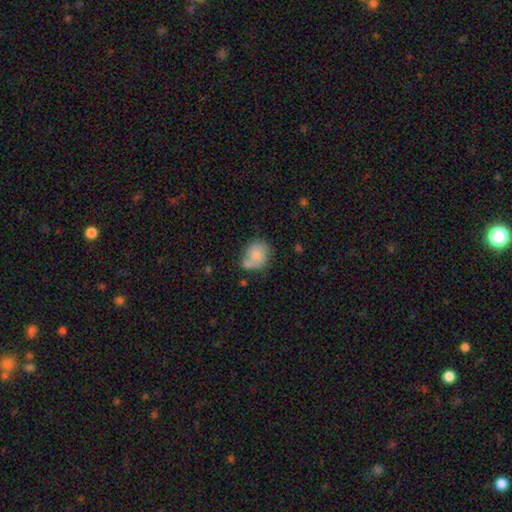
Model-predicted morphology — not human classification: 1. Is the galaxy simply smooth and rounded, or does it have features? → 77% smooth, 15% featured or disk, 8% star or artifact.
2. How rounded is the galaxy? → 60% round, 39% in between, 1% cigar-shaped.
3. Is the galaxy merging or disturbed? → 47% none, 23% minor disturbance, 22% merger, 8% major disturbance.